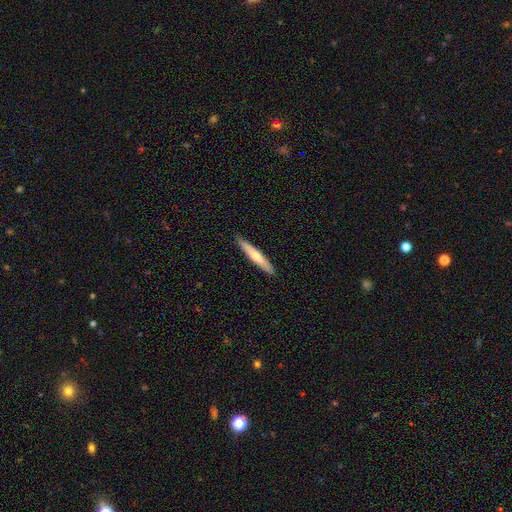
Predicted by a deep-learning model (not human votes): Morphology: type=smooth (60%); roundness=cigar-shaped (93%); merging=none (89%).